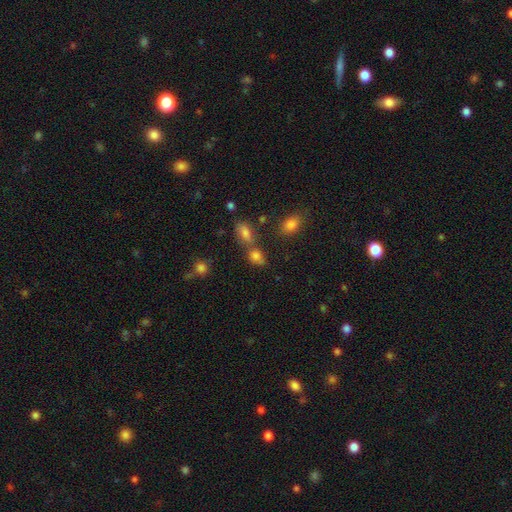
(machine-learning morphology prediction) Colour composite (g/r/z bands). It shows a smooth galaxy with no disk features (78%) that is in between round and cigar-shaped (59%). Merging: none (48%).